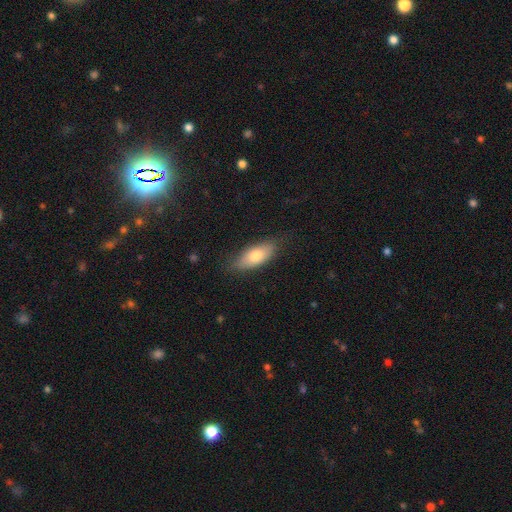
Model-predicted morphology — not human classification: Smooth or featured: smooth — 73% (featured or disk — 21%)
How rounded: in between — 80% (cigar-shaped — 17%)
Merging: none — 77% (minor disturbance — 18%)